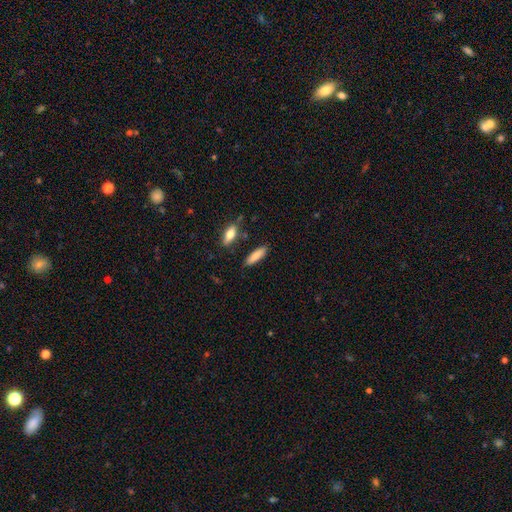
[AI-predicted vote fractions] smooth-or-featured: smooth: 82% | featured or disk: 12% | star or artifact: 6%
  how-rounded: cigar-shaped: 58% | in between: 40% | round: 2%
  merging: none: 82% | minor disturbance: 12% | merger: 4% | major disturbance: 3%